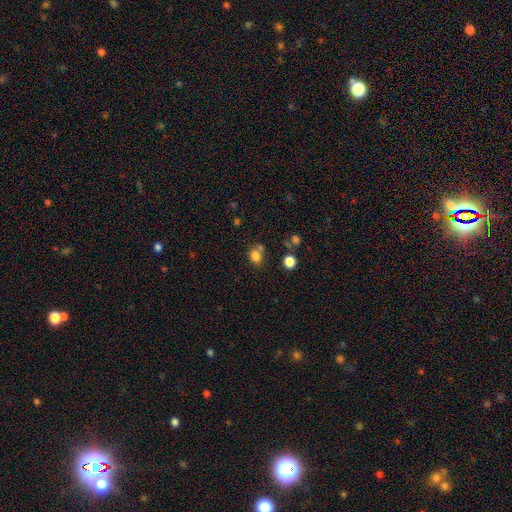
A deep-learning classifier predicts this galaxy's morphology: A smooth galaxy with no disk features (80%) that is round (54%).

Vote fractions:
- Smooth or featured? smooth: 80% / star or artifact: 13% / featured or disk: 6%
- How rounded? round: 54% / in between: 45% / cigar-shaped: 1%
- Merging? none: 61% / merger: 20% / minor disturbance: 14% / major disturbance: 5%